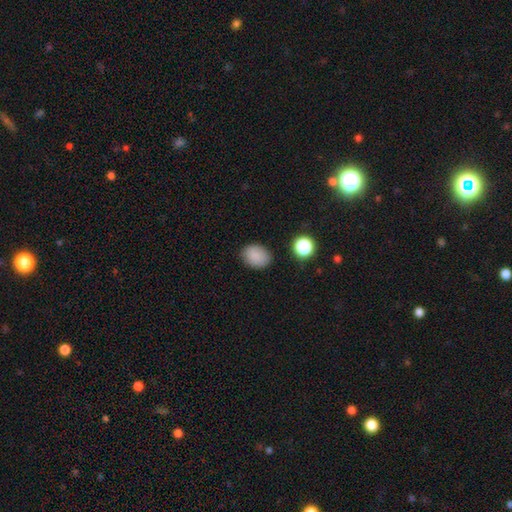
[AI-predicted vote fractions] Smooth or featured: smooth — 85% (star or artifact — 10%)
How rounded: in between — 58% (round — 41%)
Merging: none — 85% (minor disturbance — 11%)